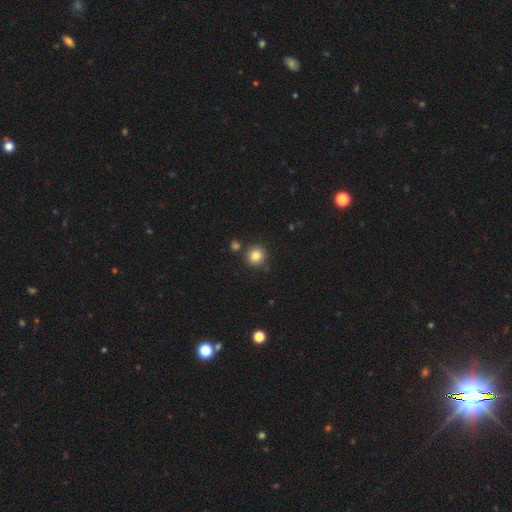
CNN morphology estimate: type=smooth (83%); roundness=round (89%); merging=none (82%).